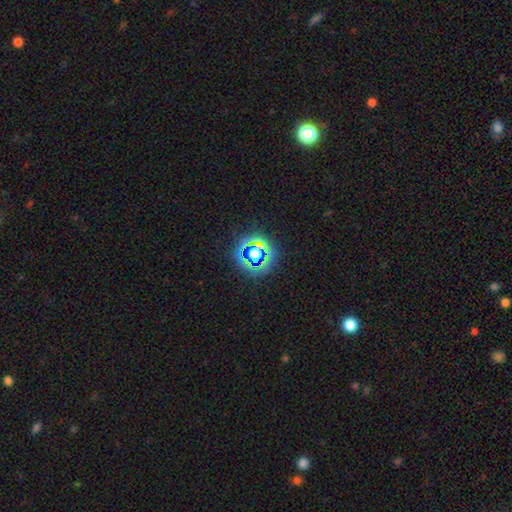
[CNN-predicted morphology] Smooth or featured: star or artifact — 77% (smooth — 16%)